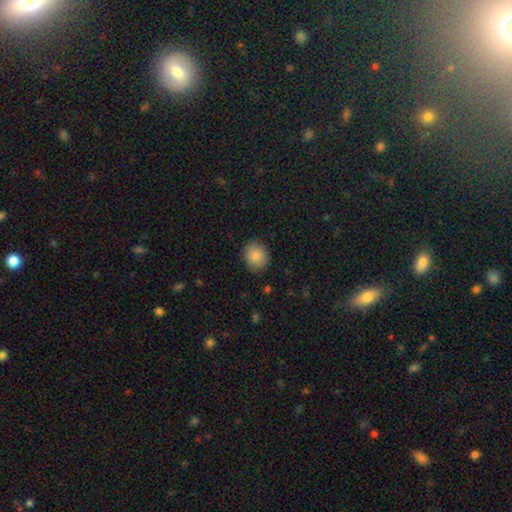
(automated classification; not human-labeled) Overall: smooth (85%). How rounded: round (69%; in between 30%). Merging: none (86%).